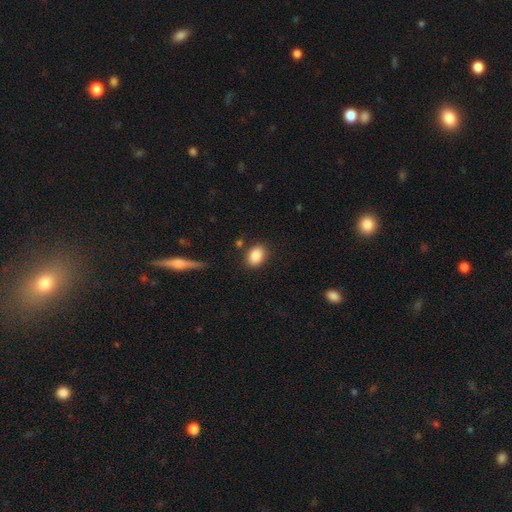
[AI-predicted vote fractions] The model was most divided on "how rounded": in between: 76%, round: 22%, cigar-shaped: 1%. More confident: smooth or featured — smooth (86%); merging — none (83%).